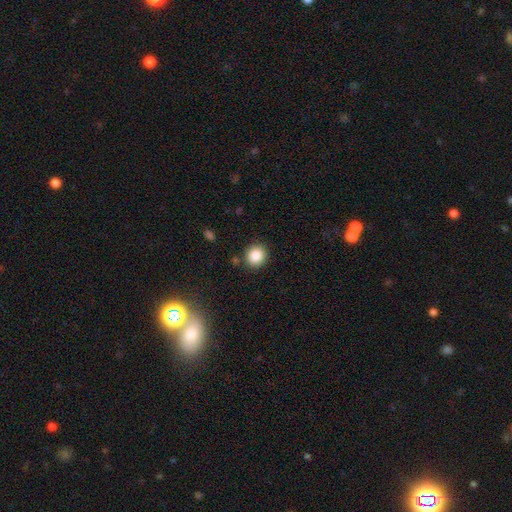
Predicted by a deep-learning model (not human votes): Smooth or featured?
  - smooth: 87% *
  - star or artifact: 9%
  - featured or disk: 4%
How rounded?
  - round: 85% *
  - in between: 14%
  - cigar-shaped: 1%
Merging?
  - none: 87% *
  - minor disturbance: 8%
  - merger: 3%
  - major disturbance: 3%